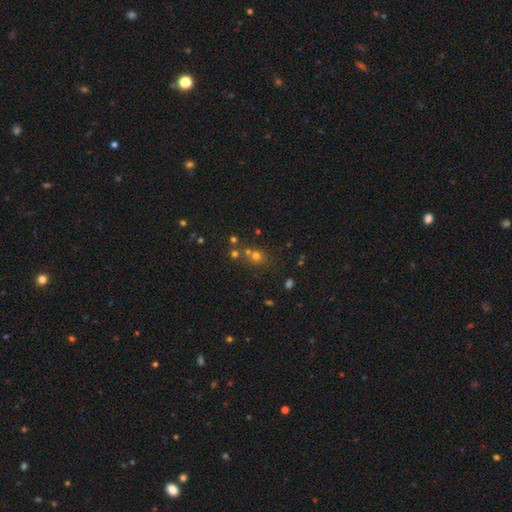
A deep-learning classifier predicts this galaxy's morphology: Q: Smooth or featured?
A: smooth (58%); runner-up: star or artifact (31%)
Q: How rounded?
A: round (83%); runner-up: in between (16%)
Q: Merging?
A: none (63%); runner-up: merger (24%)